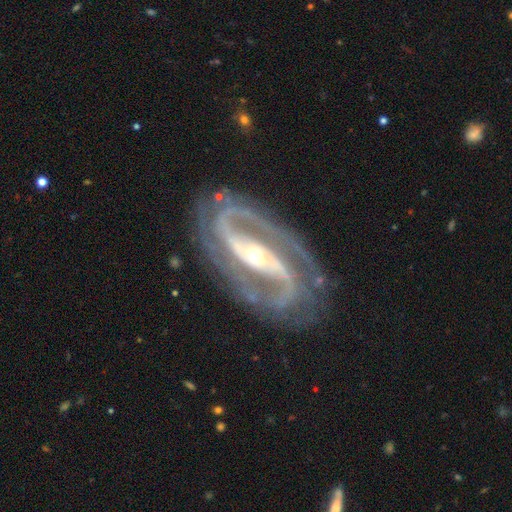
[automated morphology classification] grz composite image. It shows a featured or disk galaxy (93%) with a strong bar (59%), 2 (90%) medium (56%) spiral arms (98%) and a moderate central bulge (50%). Merging: none (80%).